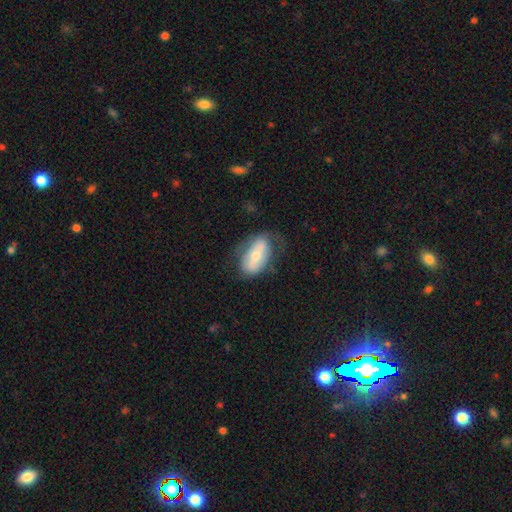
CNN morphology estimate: type=smooth (49%); merging=none (62%).